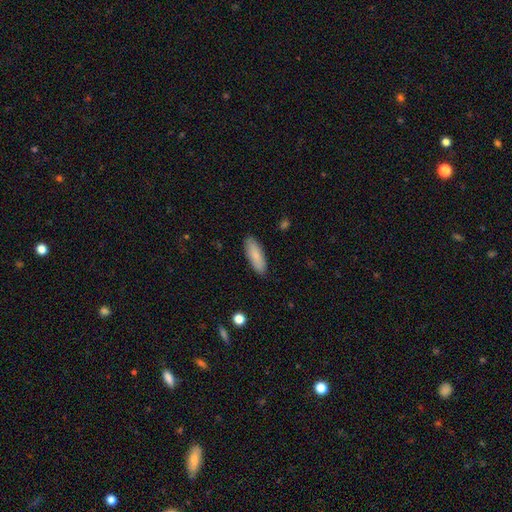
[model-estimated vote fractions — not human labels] Q: Smooth or featured?
A: smooth (83%); runner-up: featured or disk (11%)
Q: How rounded?
A: in between (56%); runner-up: cigar-shaped (42%)
Q: Merging?
A: none (89%); runner-up: minor disturbance (8%)